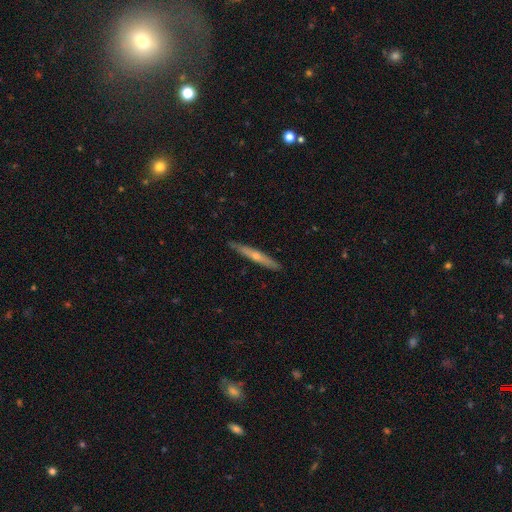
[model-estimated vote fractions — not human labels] This is possibly a featured or disk galaxy (59%). It is clearly viewed edge-on (95%). Edge-on bulge: likely rounded (73%). Merging: clearly none (90%).